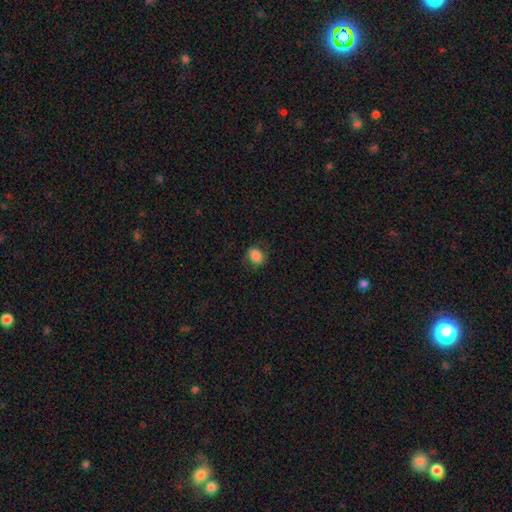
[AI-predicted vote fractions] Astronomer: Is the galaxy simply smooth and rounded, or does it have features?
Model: smooth — 80%.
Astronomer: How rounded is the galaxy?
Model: in between — 63%.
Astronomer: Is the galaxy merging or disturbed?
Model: none — 72%.